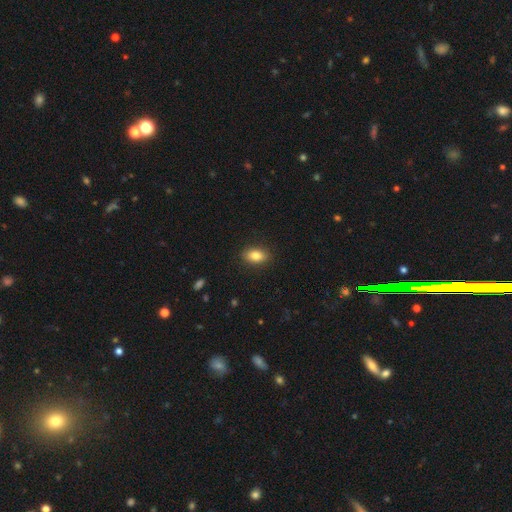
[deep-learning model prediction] Q: Smooth or featured?
A: smooth (84%); runner-up: star or artifact (8%)
Q: How rounded?
A: in between (89%); runner-up: round (8%)
Q: Merging?
A: none (89%); runner-up: minor disturbance (8%)